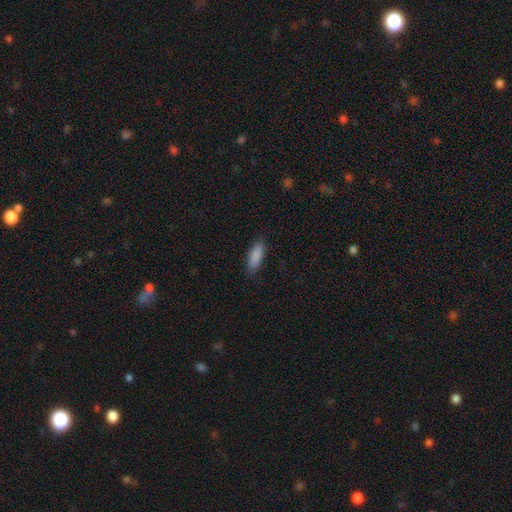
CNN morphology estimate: The model was most divided on "how rounded": in between: 61%, cigar-shaped: 37%, round: 2%. More confident: smooth or featured — smooth (89%); merging — none (84%).